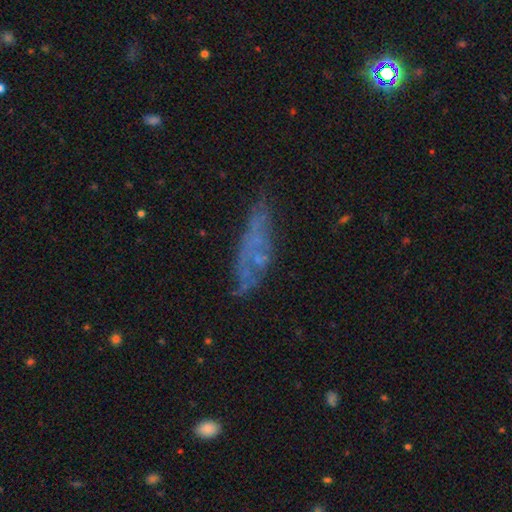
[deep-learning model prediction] A featured or disk galaxy (48%). Merging: none (57%).